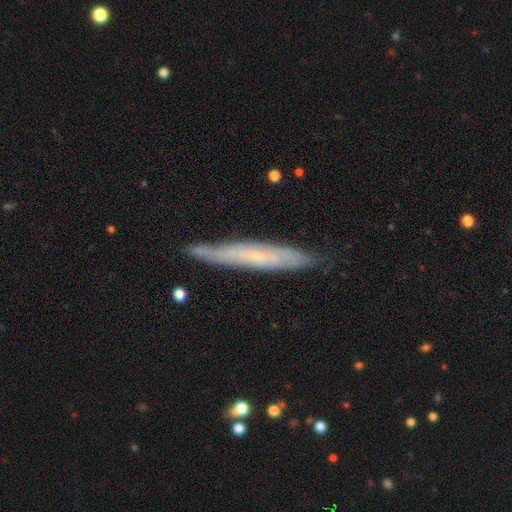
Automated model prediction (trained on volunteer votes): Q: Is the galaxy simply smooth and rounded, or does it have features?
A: featured or disk — 55%.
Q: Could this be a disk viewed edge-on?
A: yes — 77%.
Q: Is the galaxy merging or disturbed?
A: none — 83%.